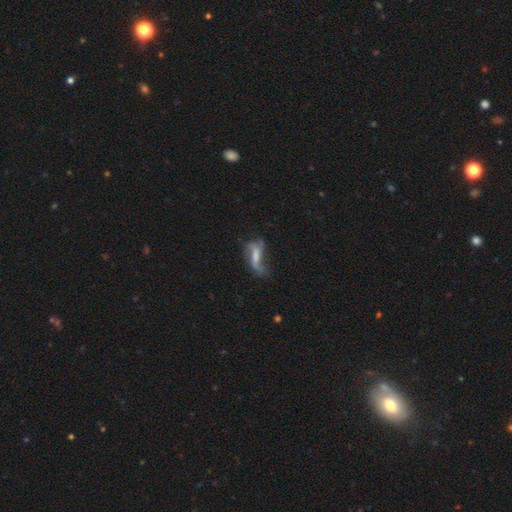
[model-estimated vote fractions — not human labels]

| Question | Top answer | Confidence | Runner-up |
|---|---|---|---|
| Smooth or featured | featured or disk | 54% | smooth (36%) |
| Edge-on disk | no | 85% | yes (15%) |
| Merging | none | 36% | major disturbance (35%) |